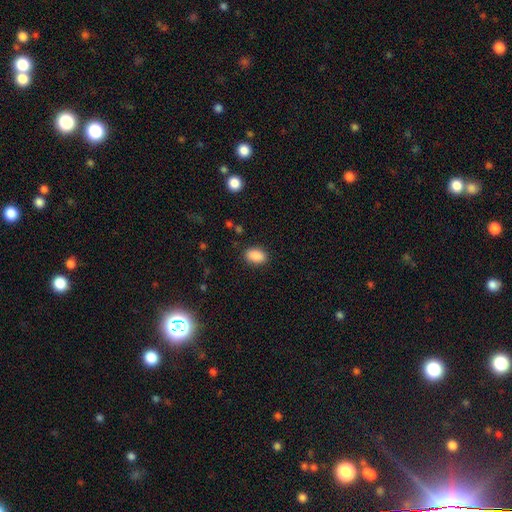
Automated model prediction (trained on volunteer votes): Smooth or featured? smooth (89%)
How rounded? in between (89%)
Merging? none (88%)